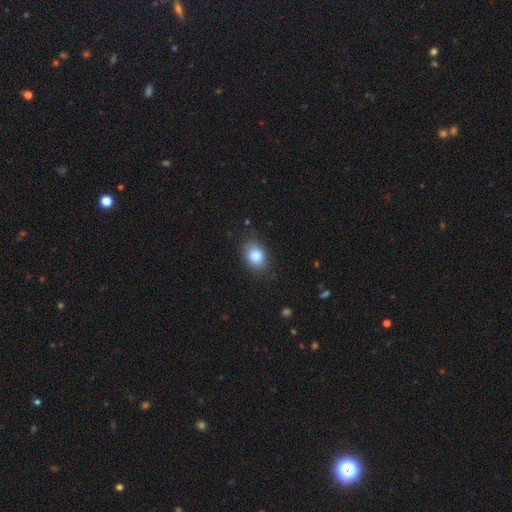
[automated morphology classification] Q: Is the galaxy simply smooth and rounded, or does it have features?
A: smooth — 85%.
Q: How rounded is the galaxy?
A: in between — 73%.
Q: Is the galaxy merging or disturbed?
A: none — 76%.